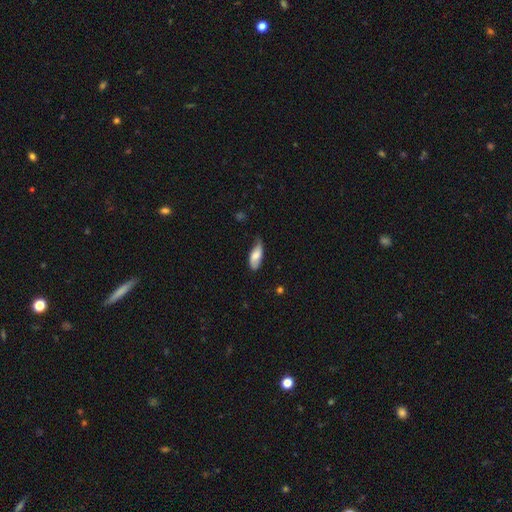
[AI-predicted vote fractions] The model was most divided on "merging": none: 55%, minor disturbance: 36%, major disturbance: 8%, merger: 2%. More confident: how rounded — in between (81%); smooth or featured — smooth (71%).